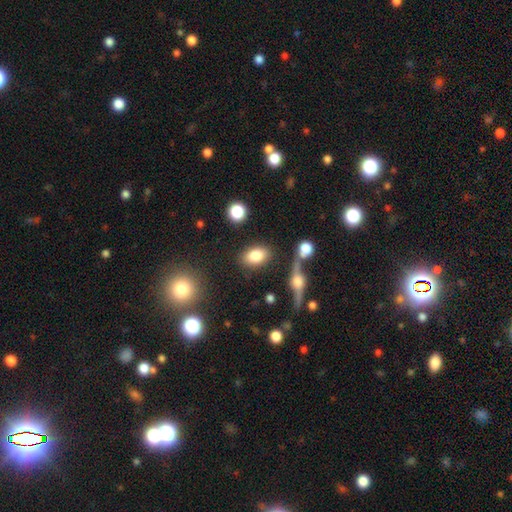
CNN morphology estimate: Overall: smooth (78%). How rounded: in between (86%). Merging: none (81%).